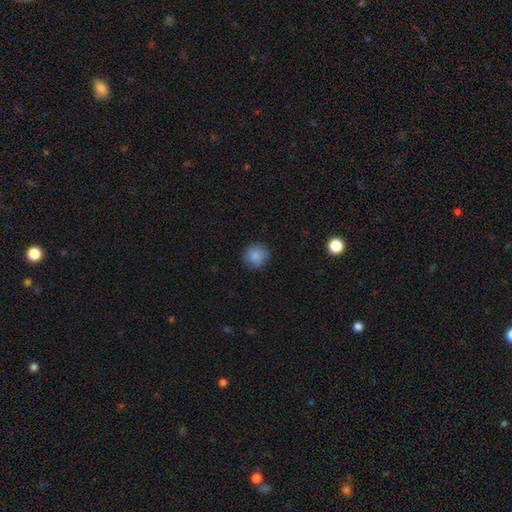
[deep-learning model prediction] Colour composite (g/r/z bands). It shows a smooth galaxy with no disk features (87%) that is round (89%). Merging: none (84%).